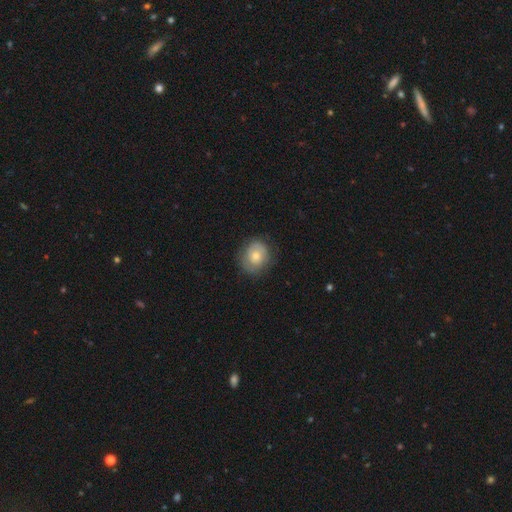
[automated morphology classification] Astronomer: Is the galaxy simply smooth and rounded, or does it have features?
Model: smooth — 66%.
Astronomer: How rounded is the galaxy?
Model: round — 73%.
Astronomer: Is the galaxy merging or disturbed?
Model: none — 81%.